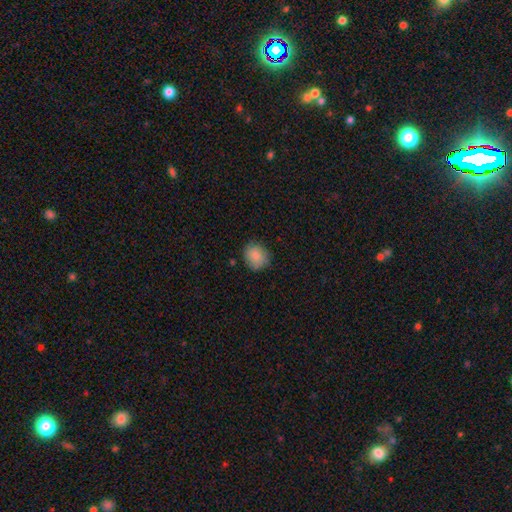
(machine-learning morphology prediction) smooth_or_featured: smooth (p=0.86) [alt: star or artifact p=0.07]
how_rounded: round (p=0.77) [alt: in between p=0.22]
merging: none (p=0.80) [alt: minor disturbance p=0.15]